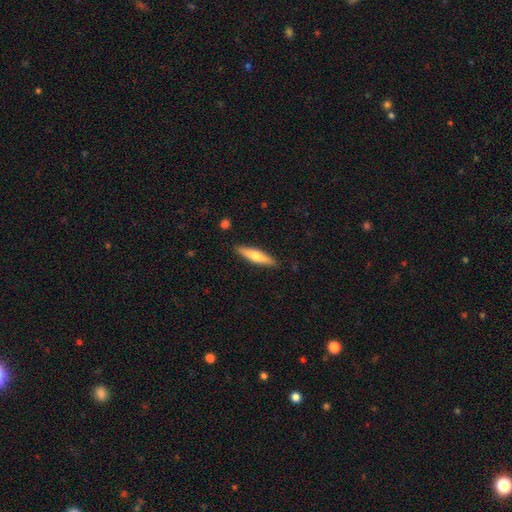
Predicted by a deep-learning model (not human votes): Overall: smooth (60%; featured or disk 34%). How rounded: cigar-shaped (77%). Merging: none (89%).